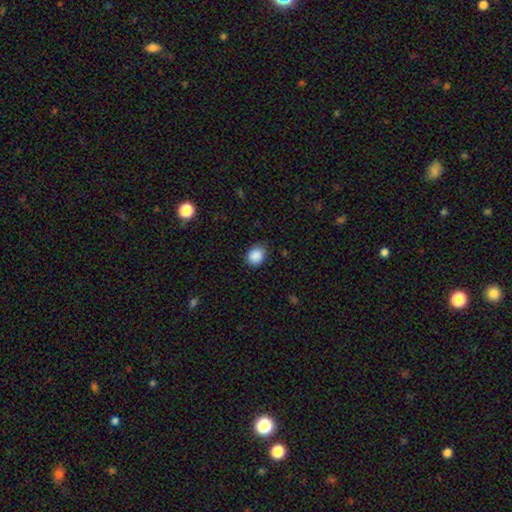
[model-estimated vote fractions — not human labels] This is clearly a smooth galaxy (88%). How rounded: likely round (67%). Merging: clearly none (83%).